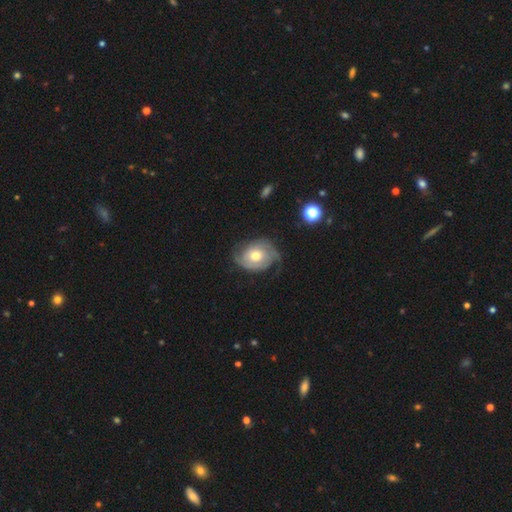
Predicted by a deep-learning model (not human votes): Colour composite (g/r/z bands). It shows a featured or disk galaxy (77%) with no bar (74%), 2 (72%) tight (43%) spiral arms (93%) and a moderate central bulge (74%). Merging: none (64%).